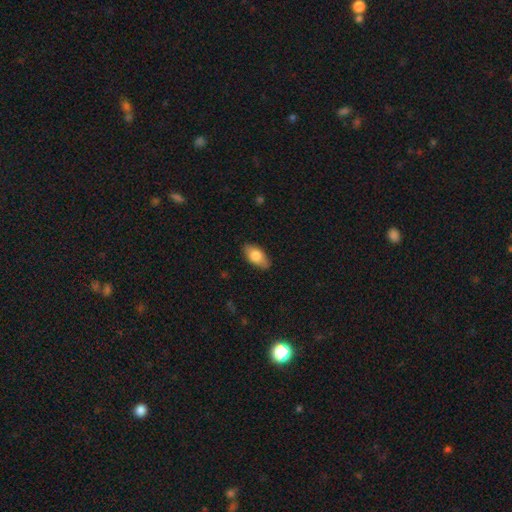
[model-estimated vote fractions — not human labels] Smooth or featured?
  - smooth: 79% *
  - featured or disk: 15%
  - star or artifact: 6%
How rounded?
  - in between: 92% *
  - cigar-shaped: 4%
  - round: 4%
Merging?
  - none: 85% *
  - minor disturbance: 12%
  - major disturbance: 2%
  - merger: 1%